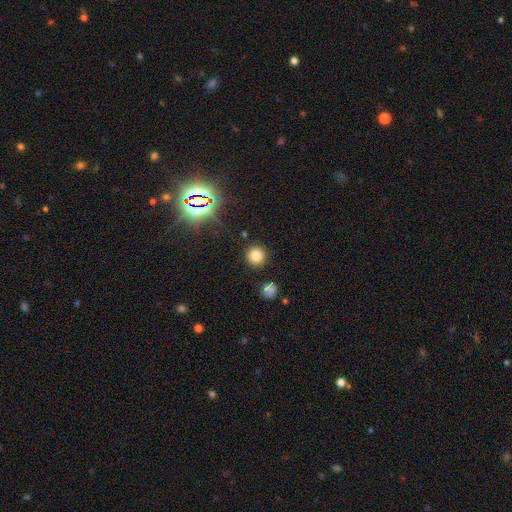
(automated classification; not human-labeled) Smooth or featured? Predicted: smooth (p=0.78). How rounded? Predicted: round (p=0.93). Merging? Predicted: none (p=0.89).